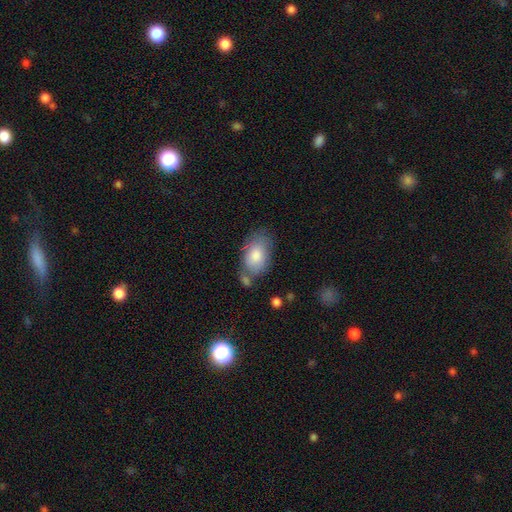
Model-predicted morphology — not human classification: Q: Smooth or featured?
A: smooth (80%); runner-up: featured or disk (13%)
Q: How rounded?
A: in between (91%); runner-up: round (8%)
Q: Merging?
A: none (57%); runner-up: minor disturbance (23%)